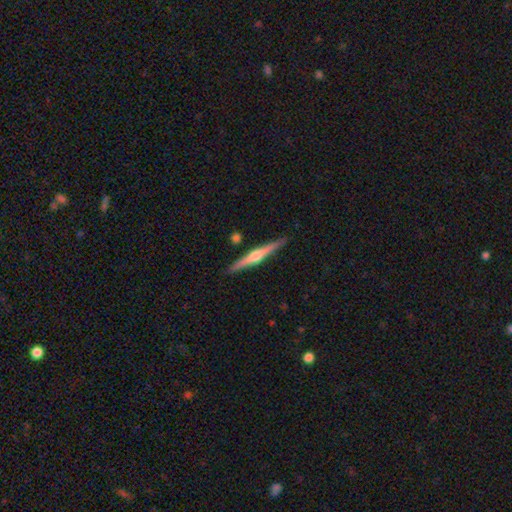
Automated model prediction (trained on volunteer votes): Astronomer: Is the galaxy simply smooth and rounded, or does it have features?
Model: featured or disk — 72%.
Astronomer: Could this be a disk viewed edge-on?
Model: yes — 98%.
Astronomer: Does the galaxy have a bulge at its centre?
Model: rounded — 89%.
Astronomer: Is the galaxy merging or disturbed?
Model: none — 88%.